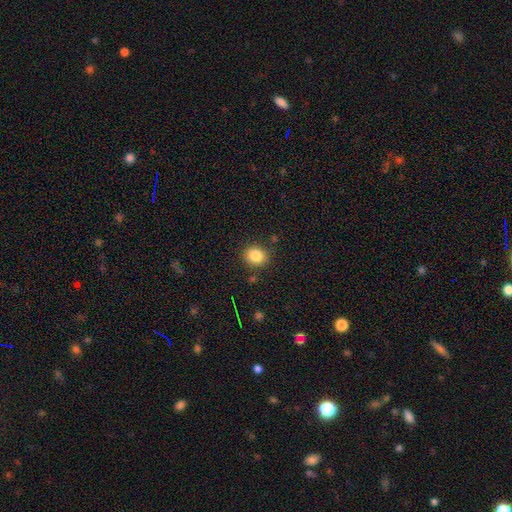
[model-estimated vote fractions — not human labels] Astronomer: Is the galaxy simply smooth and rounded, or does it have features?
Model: smooth — 85%.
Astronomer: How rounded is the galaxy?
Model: round — 64%.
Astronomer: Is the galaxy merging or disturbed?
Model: none — 84%.